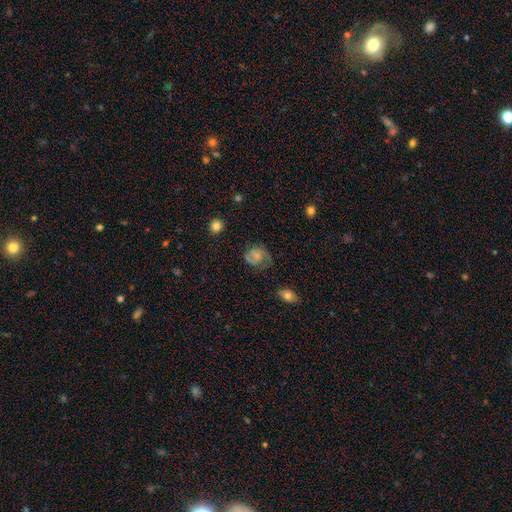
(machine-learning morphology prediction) The model was most divided on "smooth or featured": featured or disk: 48%, smooth: 42%, star or artifact: 10%. More confident: merging — none (53%).